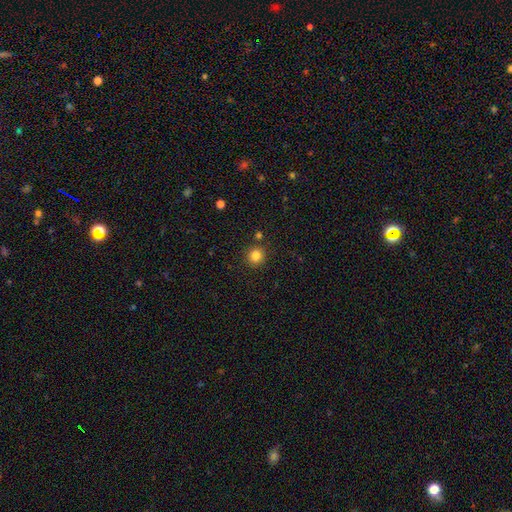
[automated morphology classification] A smooth galaxy with no disk features (83%) that is round (92%). Merging: none (88%).